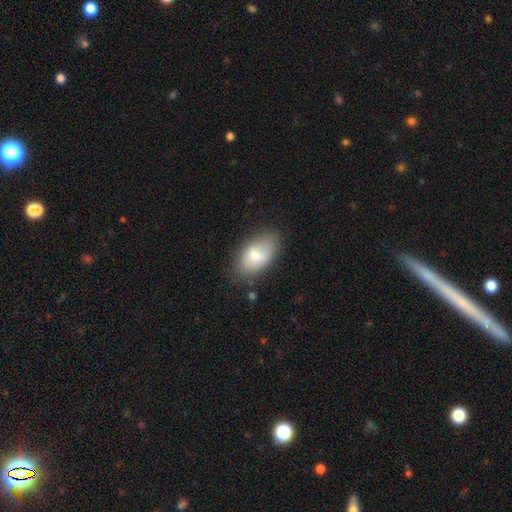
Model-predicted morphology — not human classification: Smooth or featured?
  - smooth: 77% *
  - featured or disk: 16%
  - star or artifact: 7%
How rounded?
  - in between: 94% *
  - round: 4%
  - cigar-shaped: 2%
Merging?
  - none: 70% *
  - minor disturbance: 21%
  - major disturbance: 6%
  - merger: 3%